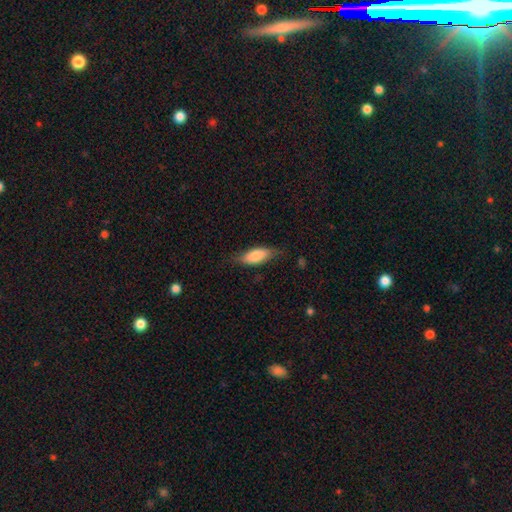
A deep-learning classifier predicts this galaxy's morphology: This appears to be a smooth galaxy with no disk features (78%) that is in between round and cigar-shaped (75%). Merging: none (72%).